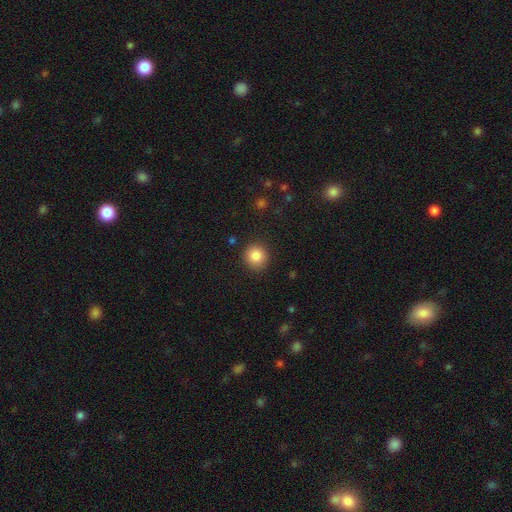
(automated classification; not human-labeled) This appears to be a smooth galaxy with no disk features (86%) that is round (92%). Merging: none (90%).